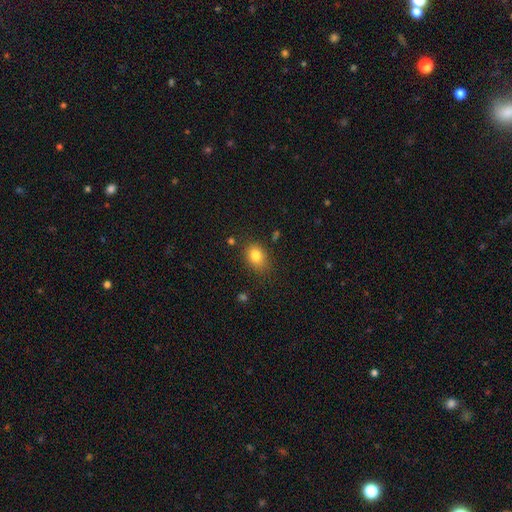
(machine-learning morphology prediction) Smooth or featured? Predicted: smooth (p=0.82). How rounded? Predicted: in between (p=0.67). Merging? Predicted: none (p=0.79).